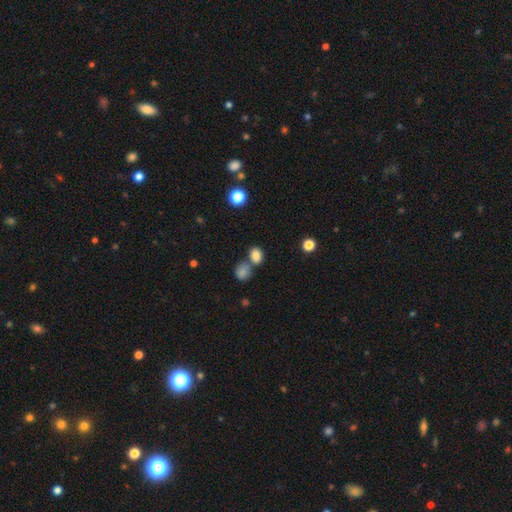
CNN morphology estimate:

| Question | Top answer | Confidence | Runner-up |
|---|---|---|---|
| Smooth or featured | smooth | 83% | star or artifact (11%) |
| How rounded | in between | 60% | round (39%) |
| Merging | none | 54% | merger (32%) |